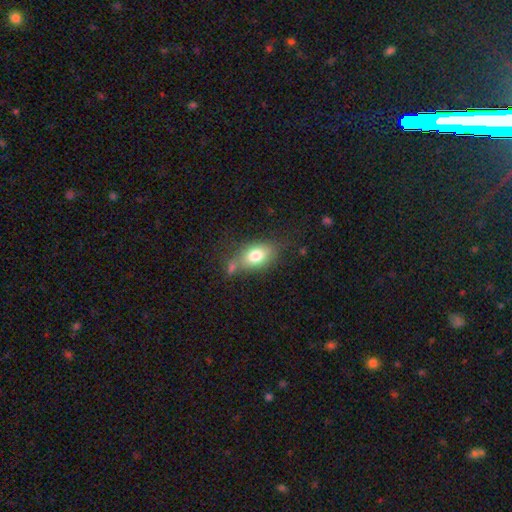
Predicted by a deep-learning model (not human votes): This appears to be a smooth galaxy with no disk features (77%) that is in between round and cigar-shaped (83%). Merging: none (59%).